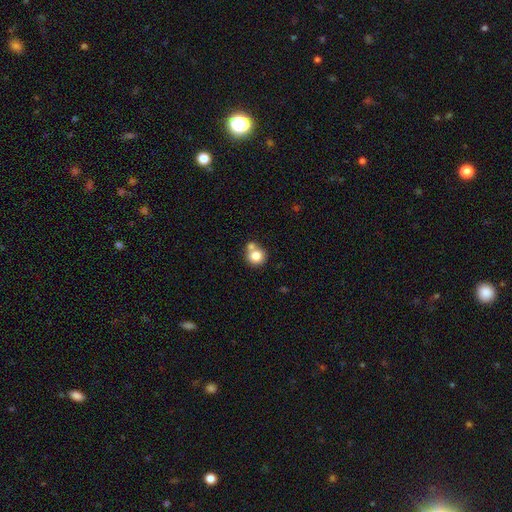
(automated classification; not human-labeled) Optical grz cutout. It shows a smooth galaxy with no disk features (81%) that is round (87%). Merging: none (48%).